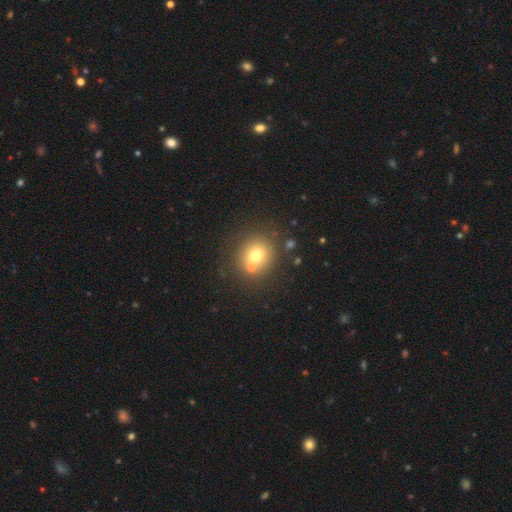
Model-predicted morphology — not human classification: This appears to be a smooth galaxy with no disk features (69%) that is round (87%). Merging: none (68%).